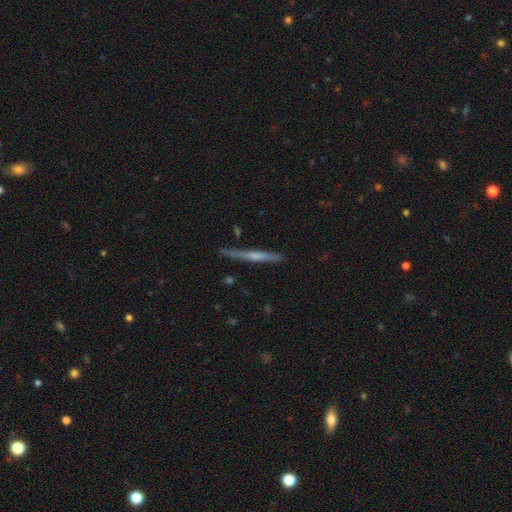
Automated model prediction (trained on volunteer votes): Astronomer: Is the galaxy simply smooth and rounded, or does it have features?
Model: featured or disk — 59% (runner-up: smooth, 35%).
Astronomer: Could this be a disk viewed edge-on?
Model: yes — 97%.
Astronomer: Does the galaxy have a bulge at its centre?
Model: rounded — 46% (runner-up: none, 42%).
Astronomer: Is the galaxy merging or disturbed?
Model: none — 86%.